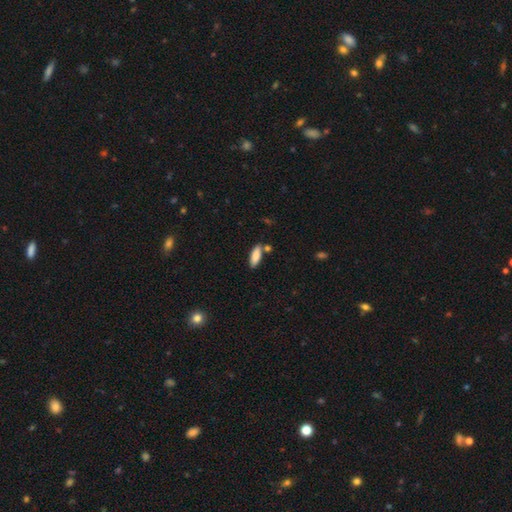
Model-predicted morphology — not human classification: Smooth or featured: smooth — 83% (featured or disk — 11%)
How rounded: in between — 61% (cigar-shaped — 37%)
Merging: none — 77% (minor disturbance — 12%)